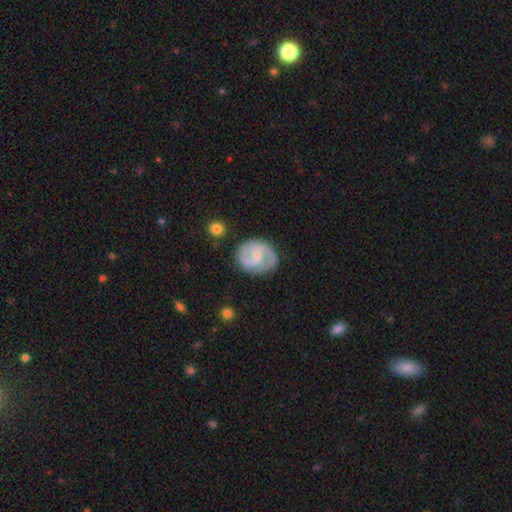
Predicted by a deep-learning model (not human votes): Smooth or featured?
  - featured or disk: 83% *
  - smooth: 12%
  - star or artifact: 5%
Edge-on disk?
  - no: 98% *
  - yes: 2%
Bar?
  - weak: 46% *
  - no: 45%
  - strong: 9%
Spiral arms?
  - yes: 96% *
  - no: 4%
Spiral winding?
  - medium: 55% *
  - tight: 27%
  - loose: 17%
Spiral arm count?
  - 2: 90% *
  - can't tell: 4%
  - 3: 2%
  - 1: 2%
  - 4: 1%
  - more than 4: 1%
Bulge size?
  - small: 64% *
  - moderate: 26%
  - none: 7%
  - large: 1%
  - dominant: 1%
Merging?
  - none: 79% *
  - minor disturbance: 14%
  - major disturbance: 4%
  - merger: 2%